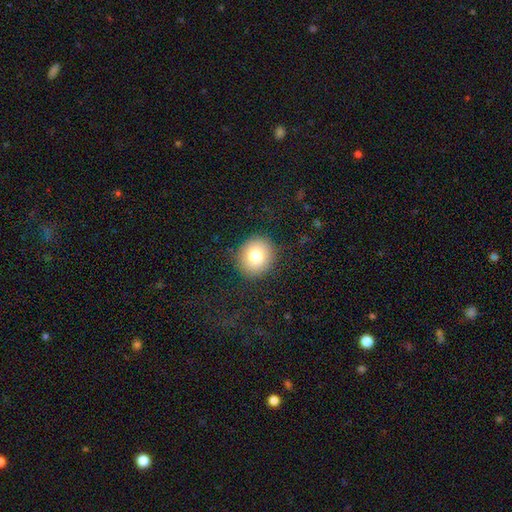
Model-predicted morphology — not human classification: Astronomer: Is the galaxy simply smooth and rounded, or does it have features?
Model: smooth — 79%.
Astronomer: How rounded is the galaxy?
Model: round — 82%.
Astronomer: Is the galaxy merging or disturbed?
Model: none — 89%.